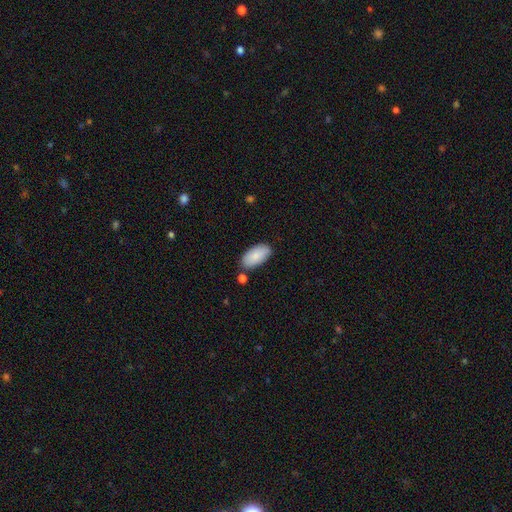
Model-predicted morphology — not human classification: Smooth or featured? smooth (86%)
How rounded? in between (95%)
Merging? none (78%)